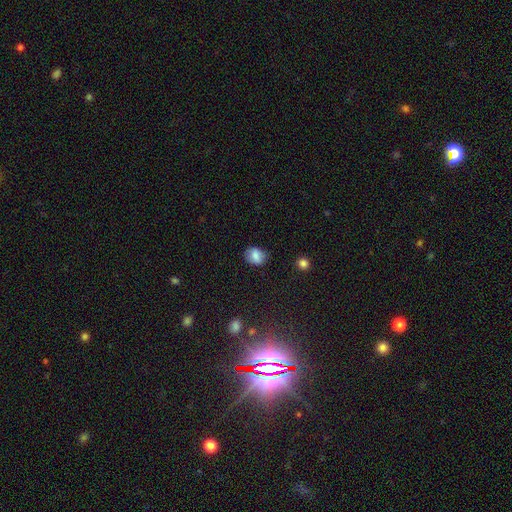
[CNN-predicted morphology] smooth 78%, featured or disk 13%, star or artifact 10%. Down the decision tree: how rounded — in between (57%); merging — none (77%).